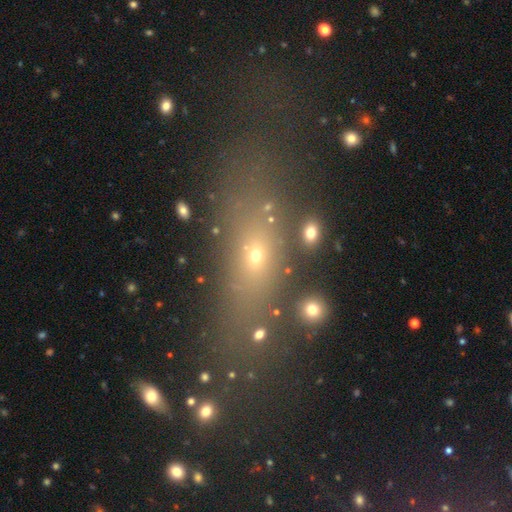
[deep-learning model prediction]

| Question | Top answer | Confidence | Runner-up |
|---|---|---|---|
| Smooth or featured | smooth | 52% | star or artifact (27%) |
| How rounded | in between | 54% | cigar-shaped (31%) |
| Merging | none | 60% | minor disturbance (14%) |